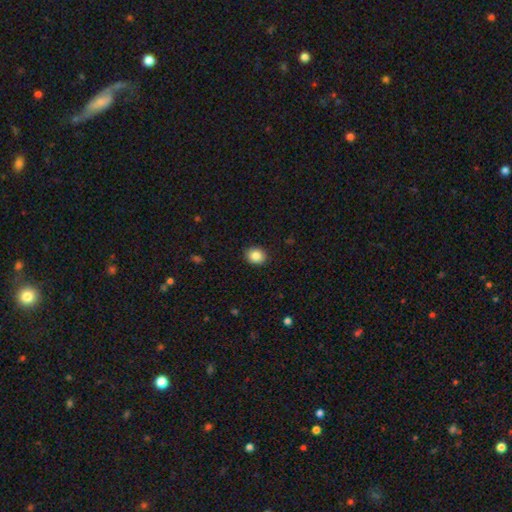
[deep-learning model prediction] This appears to be a smooth galaxy with no disk features (86%) that is round (56%). Merging: none (89%).